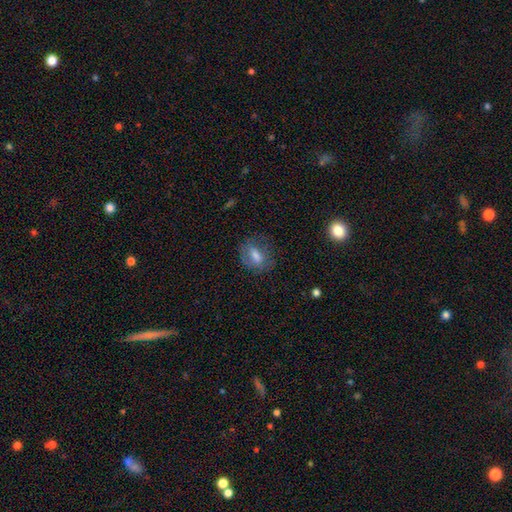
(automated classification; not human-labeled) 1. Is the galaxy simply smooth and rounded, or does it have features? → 59% smooth, 29% featured or disk, 12% star or artifact.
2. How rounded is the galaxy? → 65% in between, 30% round, 5% cigar-shaped.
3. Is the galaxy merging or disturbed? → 71% none, 18% minor disturbance, 10% major disturbance, 1% merger.